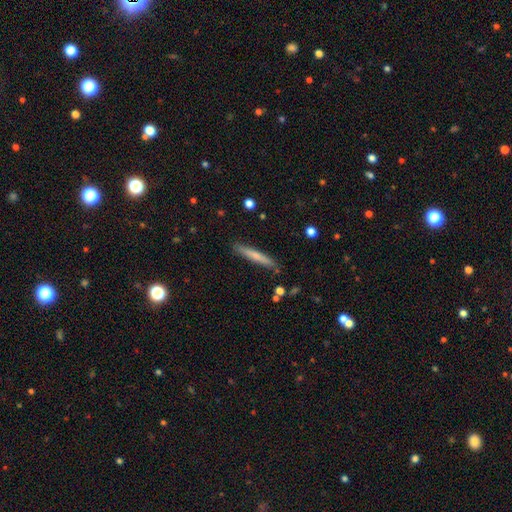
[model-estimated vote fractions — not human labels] smooth-or-featured: smooth: 64% | featured or disk: 30% | star or artifact: 6%
  how-rounded: cigar-shaped: 95% | in between: 4% | round: 1%
  merging: none: 87% | minor disturbance: 10% | merger: 2% | major disturbance: 2%